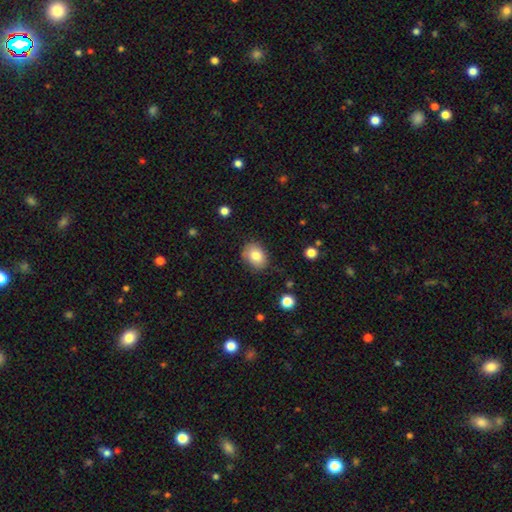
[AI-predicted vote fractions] Morphology: type=smooth (79%); roundness=in between (66%); merging=none (76%).